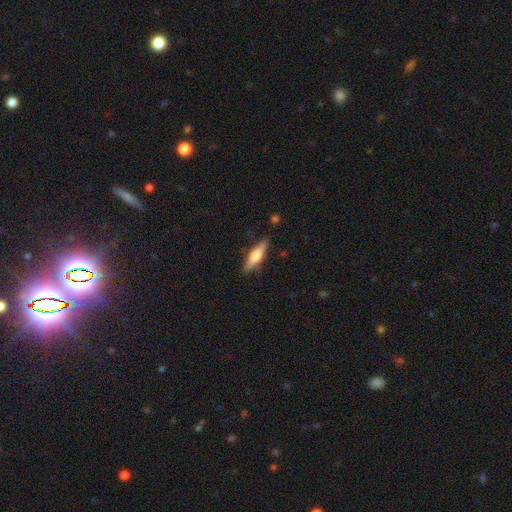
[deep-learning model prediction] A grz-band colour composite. It shows a featured or disk galaxy (49%). Merging: none (85%).